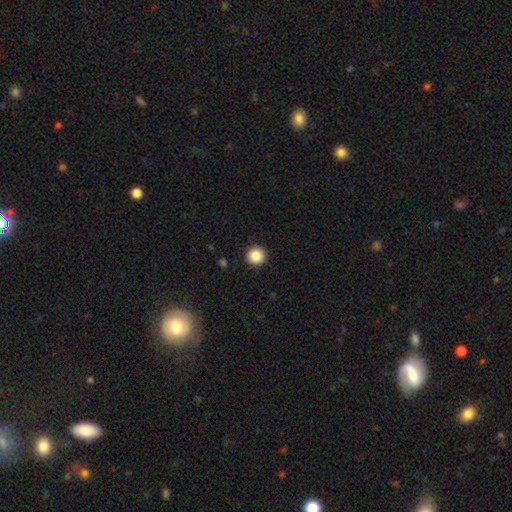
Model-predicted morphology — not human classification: A smooth galaxy with no disk features (86%) that is round (96%).

Vote fractions:
- Smooth or featured? smooth: 86% / star or artifact: 10% / featured or disk: 4%
- How rounded? round: 96% / in between: 3% / cigar-shaped: 1%
- Merging? none: 93% / minor disturbance: 4% / major disturbance: 2% / merger: 1%